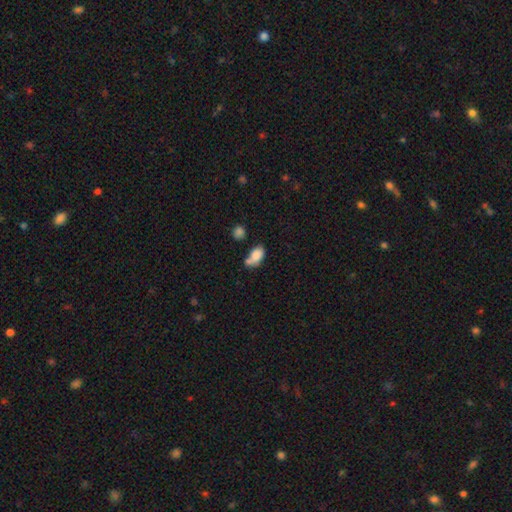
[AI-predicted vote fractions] smooth_or_featured: smooth (p=0.80) [alt: featured or disk p=0.10]
how_rounded: in between (p=0.87) [alt: round p=0.10]
merging: none (p=0.34) [alt: merger p=0.33]